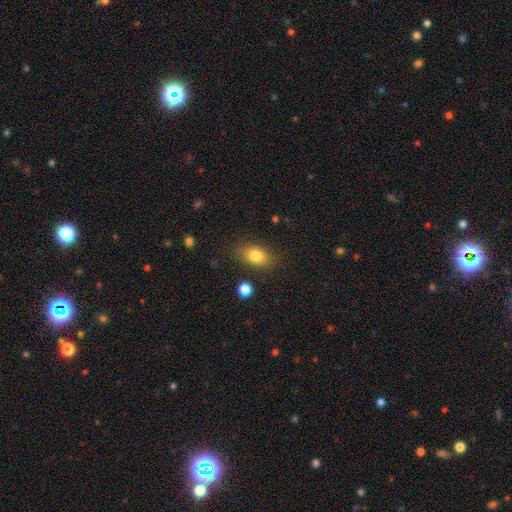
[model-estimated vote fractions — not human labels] Smooth or featured? Predicted: smooth (p=0.82). How rounded? Predicted: in between (p=0.78). Merging? Predicted: none (p=0.82).